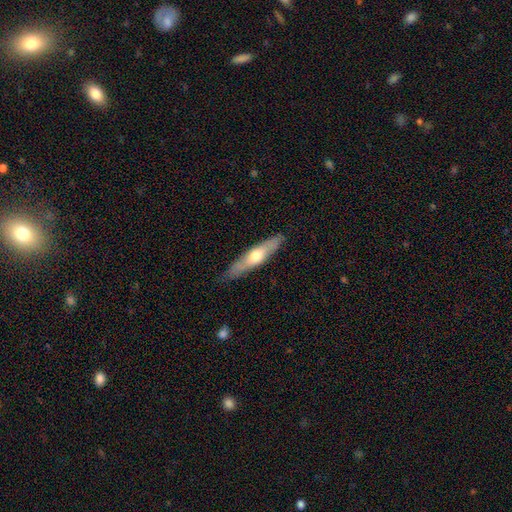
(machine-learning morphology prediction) This appears to be a featured or disk galaxy (48%). Merging: none (84%).